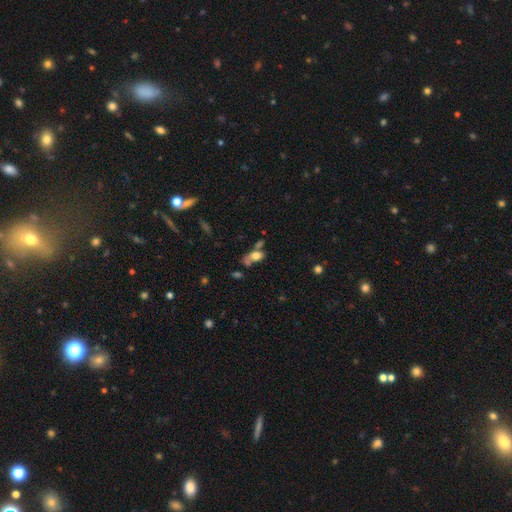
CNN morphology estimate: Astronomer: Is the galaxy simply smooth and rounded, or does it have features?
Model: smooth — 66%.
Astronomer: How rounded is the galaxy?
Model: in between — 76%.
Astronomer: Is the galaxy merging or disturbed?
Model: merger — 36% (runner-up: none, 29%).